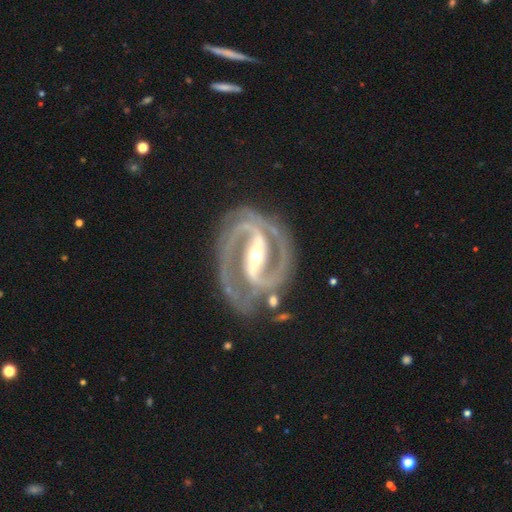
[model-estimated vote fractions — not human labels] The model was most divided on "spiral winding" (2-way tie): tight: 47%, medium: 47%, loose: 6%. Remaining: spiral arms — yes (98%); edge-on disk — no (97%); smooth or featured — featured or disk (94%); spiral arm count — 2 (91%); merging — none (77%); bar — strong (77%); bulge size — small (50%).